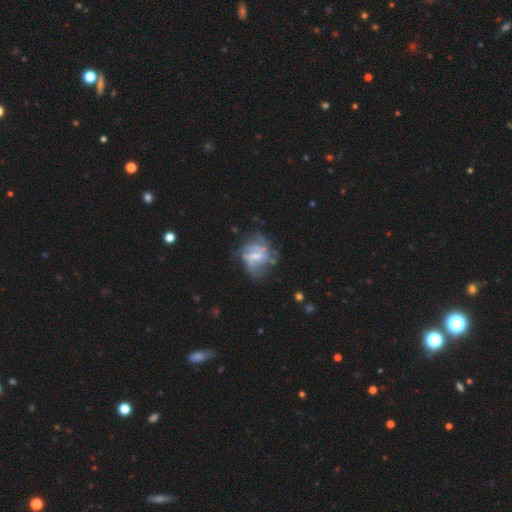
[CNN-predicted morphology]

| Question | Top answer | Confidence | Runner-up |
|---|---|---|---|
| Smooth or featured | featured or disk | 71% | smooth (20%) |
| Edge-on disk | no | 97% | yes (3%) |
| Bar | weak | 50% | no (27%) |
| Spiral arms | yes | 73% | no (27%) |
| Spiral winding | medium | 42% | tight (34%) |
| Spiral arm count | can't tell | 42% | 2 (26%) |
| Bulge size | moderate | 33% | small (32%) |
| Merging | none | 44% | major disturbance (27%) |